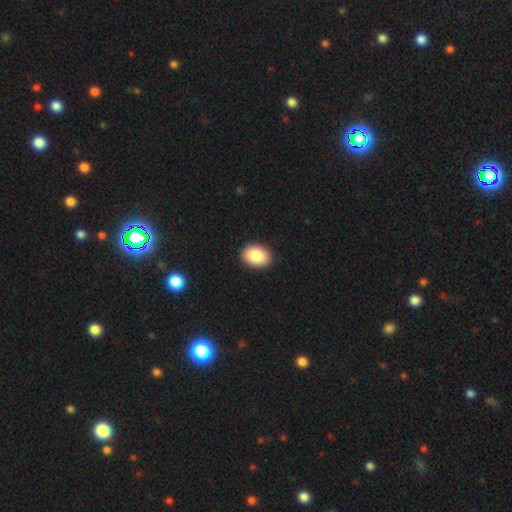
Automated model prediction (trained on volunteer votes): smooth_or_featured: smooth (p=0.87) [alt: star or artifact p=0.07]
how_rounded: in between (p=0.76) [alt: round p=0.23]
merging: none (p=0.89) [alt: minor disturbance p=0.08]